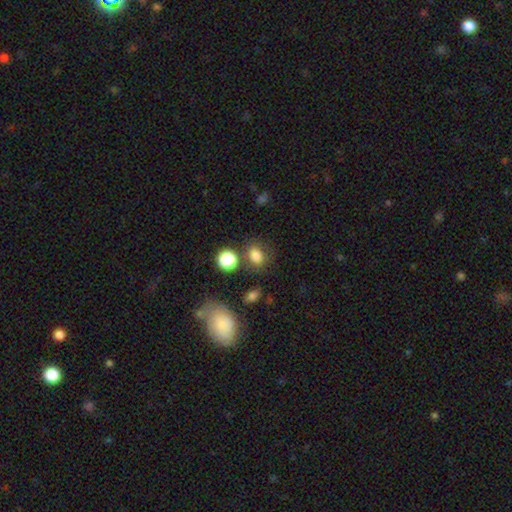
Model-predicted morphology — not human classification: smooth 80%, star or artifact 14%, featured or disk 7%. Down the decision tree: how rounded — in between (59%); merging — none (71%).